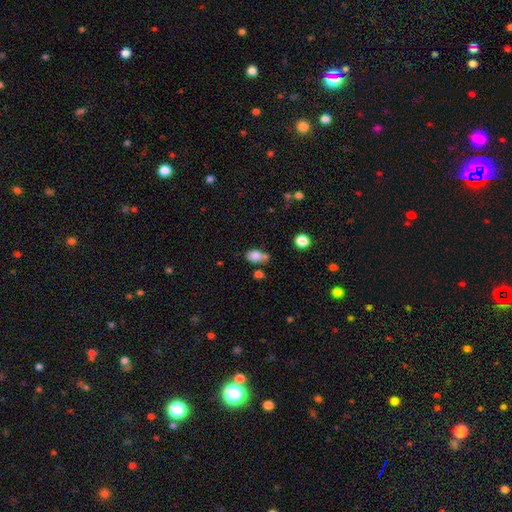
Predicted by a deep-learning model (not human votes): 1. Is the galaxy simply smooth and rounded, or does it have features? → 82% smooth, 10% star or artifact, 7% featured or disk.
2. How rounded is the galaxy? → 78% in between, 20% round, 2% cigar-shaped.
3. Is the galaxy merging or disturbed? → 49% none, 25% merger, 19% minor disturbance, 7% major disturbance.